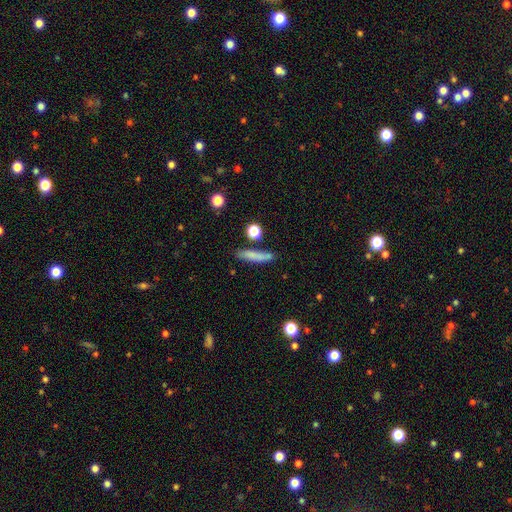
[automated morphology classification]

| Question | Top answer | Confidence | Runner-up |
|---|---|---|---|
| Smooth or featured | smooth | 74% | featured or disk (17%) |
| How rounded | cigar-shaped | 83% | in between (14%) |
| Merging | none | 72% | minor disturbance (15%) |